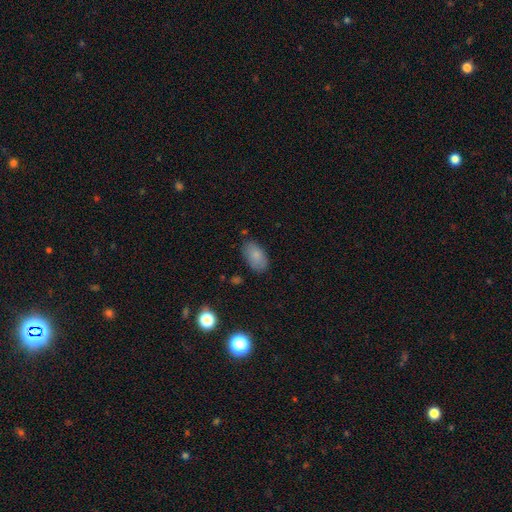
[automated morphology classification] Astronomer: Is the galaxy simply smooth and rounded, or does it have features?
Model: smooth — 84%.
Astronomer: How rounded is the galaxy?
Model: in between — 93%.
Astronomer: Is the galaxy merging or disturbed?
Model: none — 79%.